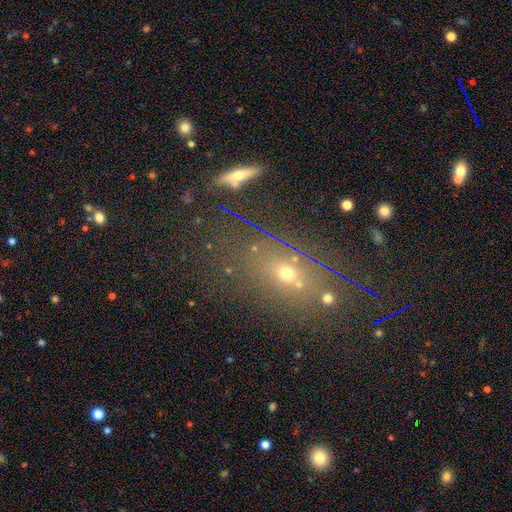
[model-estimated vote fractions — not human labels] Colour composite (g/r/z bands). It shows a smooth galaxy with no disk features (40%). Merging: none (65%).